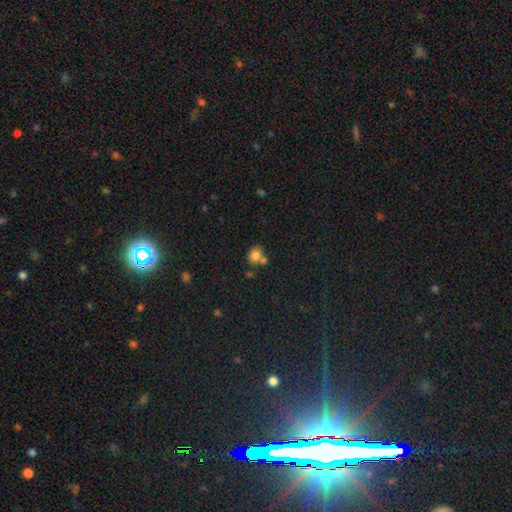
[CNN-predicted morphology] smooth-or-featured: smooth: 80% | star or artifact: 11% | featured or disk: 9%
  how-rounded: round: 58% | in between: 41% | cigar-shaped: 1%
  merging: none: 45% | merger: 38% | minor disturbance: 12% | major disturbance: 5%